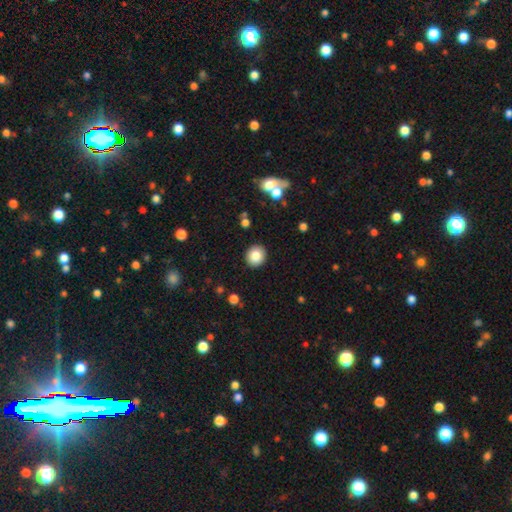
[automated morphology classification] This is clearly a smooth galaxy (84%). How rounded: clearly round (86%). Merging: clearly none (91%).